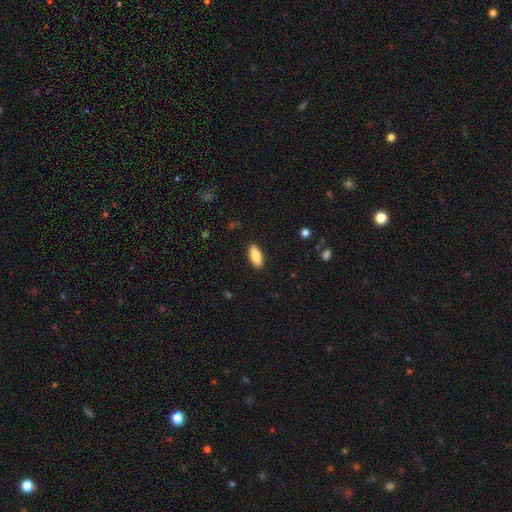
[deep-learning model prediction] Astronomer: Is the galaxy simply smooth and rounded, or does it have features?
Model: smooth — 84%.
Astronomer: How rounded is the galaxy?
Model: in between — 78%.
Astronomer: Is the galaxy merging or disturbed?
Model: none — 89%.